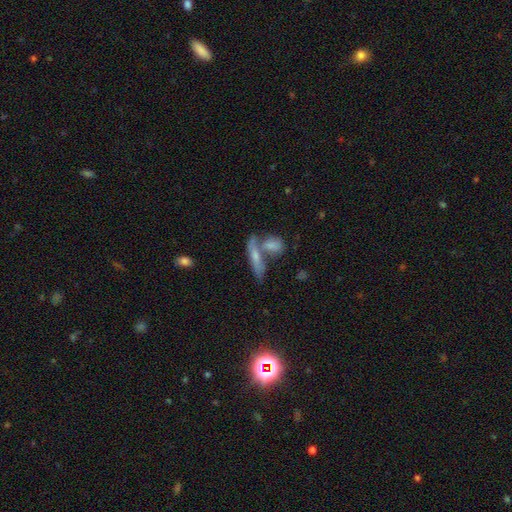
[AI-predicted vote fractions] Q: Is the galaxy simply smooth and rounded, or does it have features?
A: featured or disk — 41%.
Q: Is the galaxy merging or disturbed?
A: none — 44%.